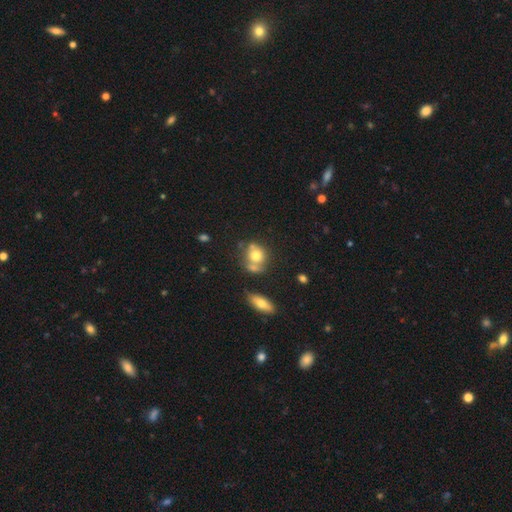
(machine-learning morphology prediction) Smooth or featured? smooth (70%)
How rounded? round (63%)
Merging? none (44%)